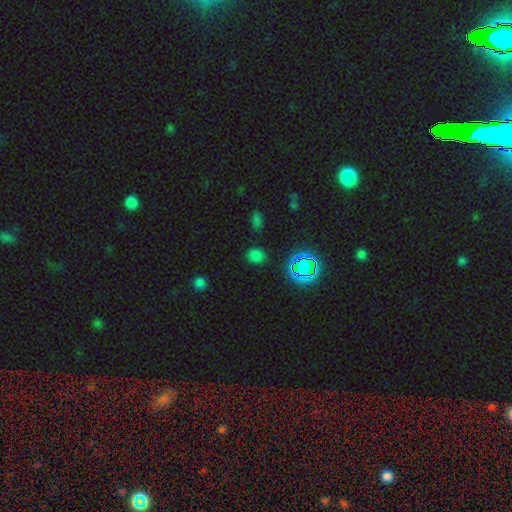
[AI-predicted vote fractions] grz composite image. It shows a smooth galaxy with no disk features (65%) that is round (77%). Merging: none (84%).